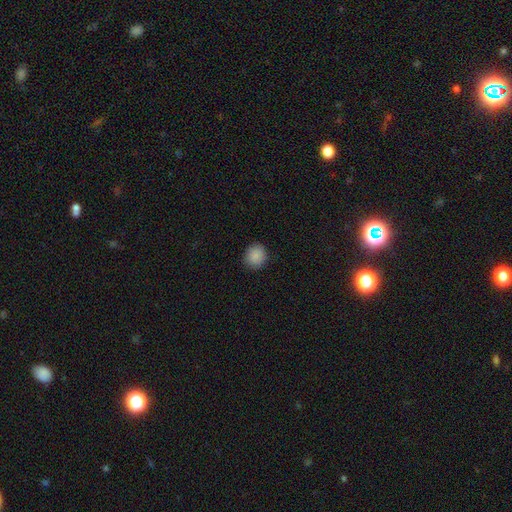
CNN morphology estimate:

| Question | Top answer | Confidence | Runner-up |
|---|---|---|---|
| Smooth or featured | smooth | 88% | star or artifact (8%) |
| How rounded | round | 81% | in between (18%) |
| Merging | none | 87% | minor disturbance (9%) |